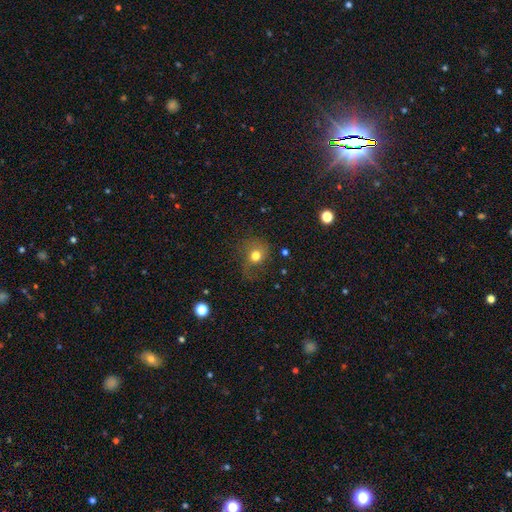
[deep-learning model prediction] smooth-or-featured: smooth: 71% | star or artifact: 15% | featured or disk: 14%
  how-rounded: round: 79% | in between: 20% | cigar-shaped: 1%
  merging: none: 56% | minor disturbance: 23% | major disturbance: 19% | merger: 2%